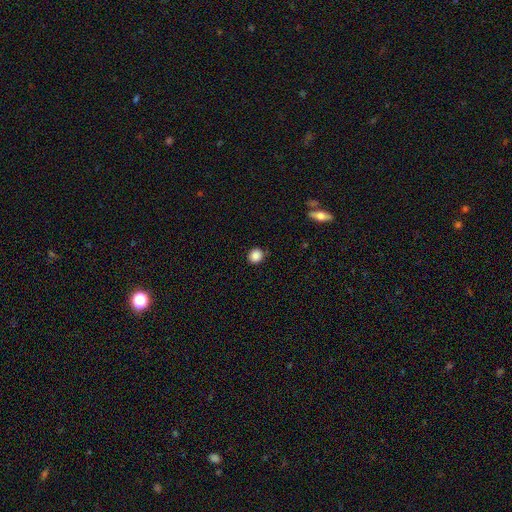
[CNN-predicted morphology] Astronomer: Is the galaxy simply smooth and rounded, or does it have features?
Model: smooth — 87%.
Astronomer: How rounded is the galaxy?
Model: round — 80%.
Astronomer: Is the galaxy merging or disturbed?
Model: none — 85%.